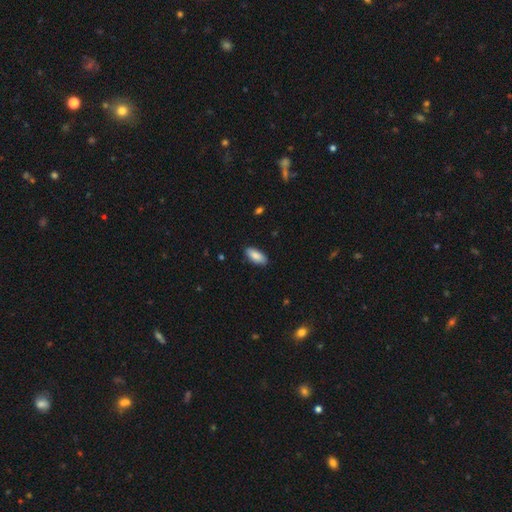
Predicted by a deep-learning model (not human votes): Morphology: type=smooth (87%); roundness=in between (86%); merging=none (87%).